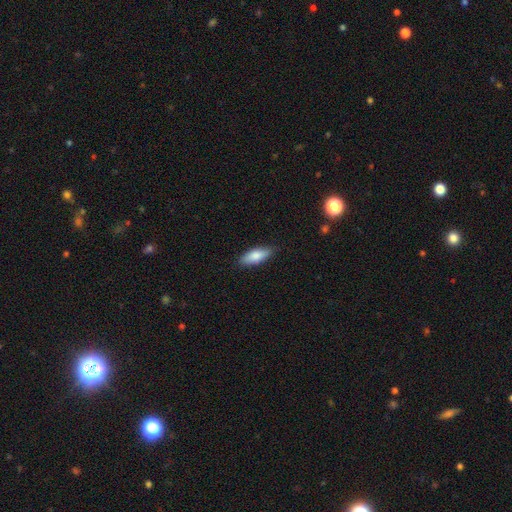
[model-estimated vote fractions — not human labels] Smooth or featured?
  - smooth: 80% *
  - featured or disk: 14%
  - star or artifact: 6%
How rounded?
  - in between: 67% *
  - cigar-shaped: 30%
  - round: 2%
Merging?
  - none: 86% *
  - minor disturbance: 11%
  - major disturbance: 2%
  - merger: 1%